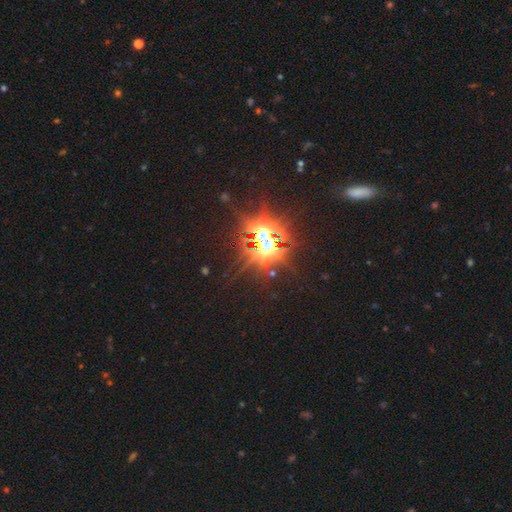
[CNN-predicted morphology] Q: Smooth or featured?
A: star or artifact (82%); runner-up: smooth (9%)